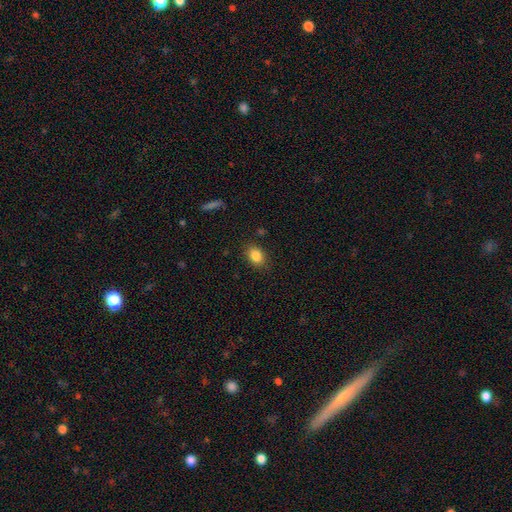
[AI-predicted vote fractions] smooth_or_featured: smooth (p=0.85) [alt: star or artifact p=0.09]
how_rounded: in between (p=0.69) [alt: round p=0.30]
merging: none (p=0.85) [alt: minor disturbance p=0.10]